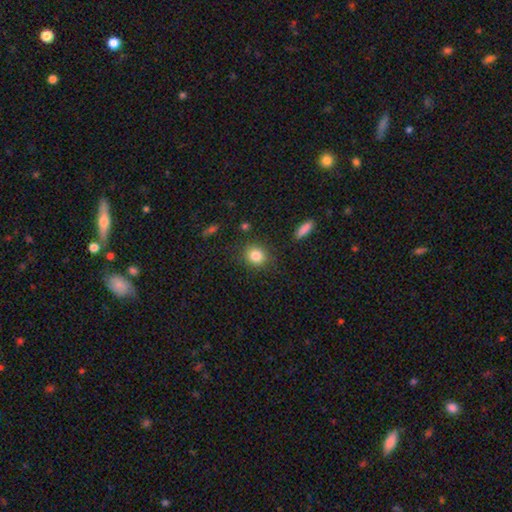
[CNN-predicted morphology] Smooth or featured? Predicted: smooth (p=0.84). How rounded? Predicted: round (p=0.76). Merging? Predicted: none (p=0.86).